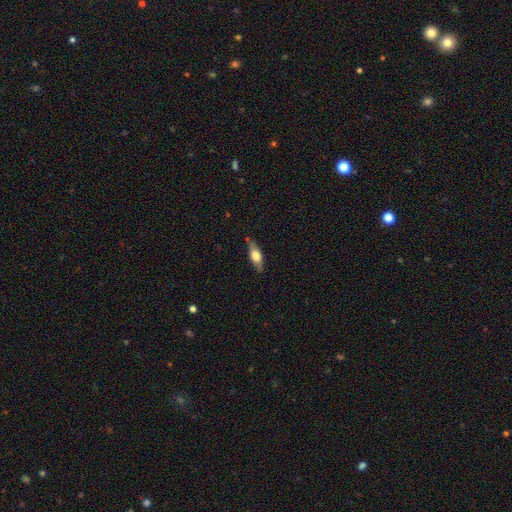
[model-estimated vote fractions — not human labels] This is possibly a smooth galaxy (53%). How rounded: possibly in between (59%). Merging: likely none (79%).